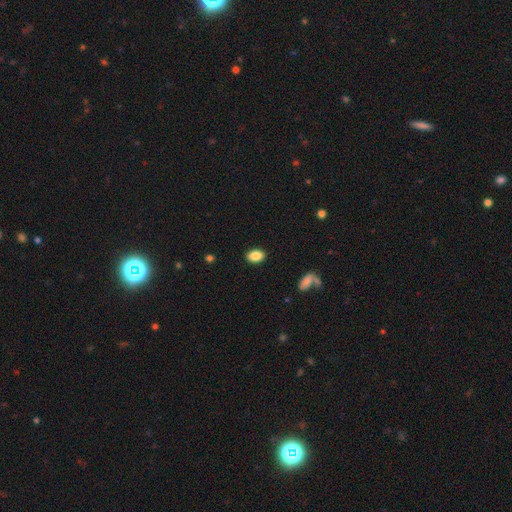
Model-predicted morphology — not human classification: A smooth galaxy with no disk features (87%) that is in between round and cigar-shaped (85%). Merging: none (88%).